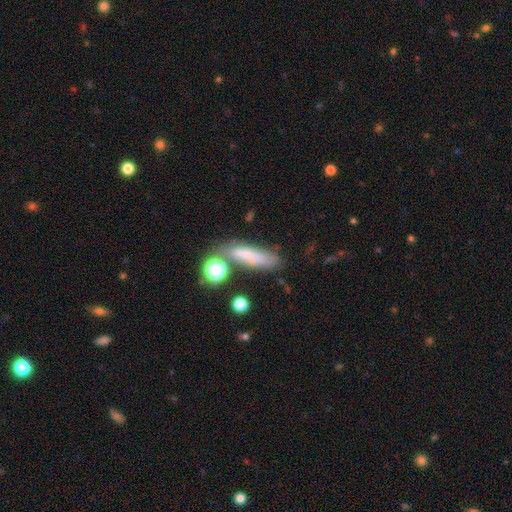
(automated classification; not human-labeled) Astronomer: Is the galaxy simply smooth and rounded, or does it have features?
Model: smooth — 64%.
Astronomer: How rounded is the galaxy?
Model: cigar-shaped — 60%.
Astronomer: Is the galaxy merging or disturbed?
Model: none — 56%.